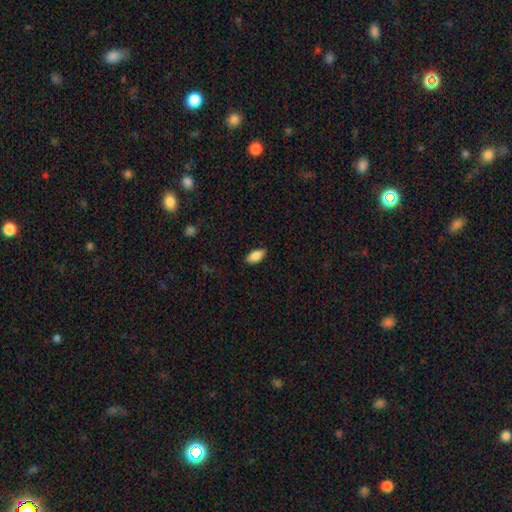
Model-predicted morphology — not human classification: This is clearly a smooth galaxy (87%). How rounded: clearly in between (89%). Merging: clearly none (87%).